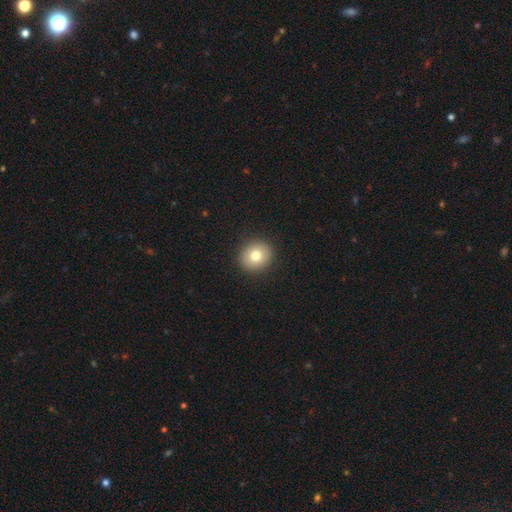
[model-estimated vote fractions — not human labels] Smooth or featured? Predicted: smooth (p=0.76). How rounded? Predicted: round (p=0.86). Merging? Predicted: none (p=0.92).